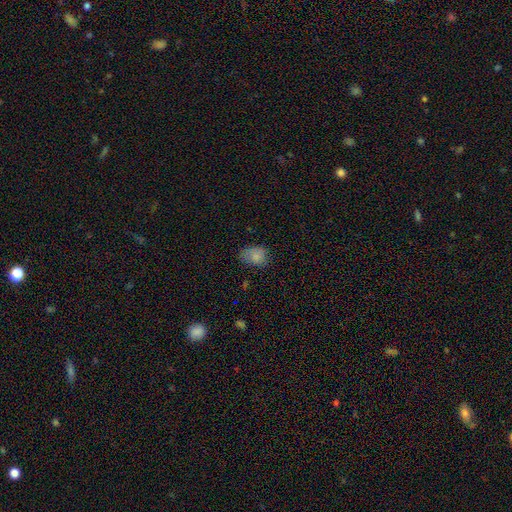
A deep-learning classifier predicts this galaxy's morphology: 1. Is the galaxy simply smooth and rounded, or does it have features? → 80% smooth, 11% star or artifact, 9% featured or disk.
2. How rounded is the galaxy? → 69% in between, 30% round, 1% cigar-shaped.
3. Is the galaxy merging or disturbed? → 62% none, 28% minor disturbance, 9% major disturbance, 2% merger.